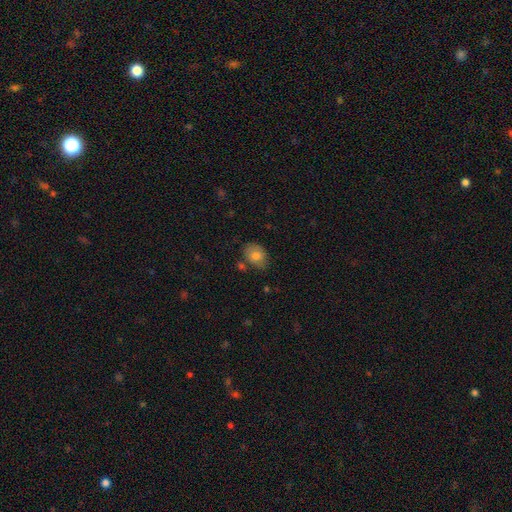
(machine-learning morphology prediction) Smooth or featured: smooth — 78% (featured or disk — 14%)
How rounded: in between — 69% (round — 30%)
Merging: none — 70% (minor disturbance — 20%)